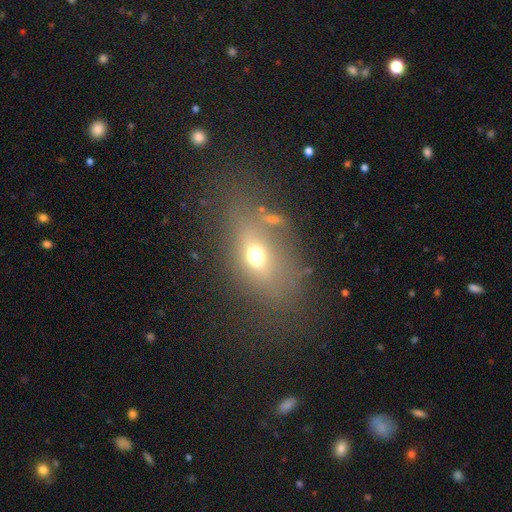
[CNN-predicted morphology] This appears to be a smooth galaxy with no disk features (58%) that is in between round and cigar-shaped (67%). Merging: none (56%).